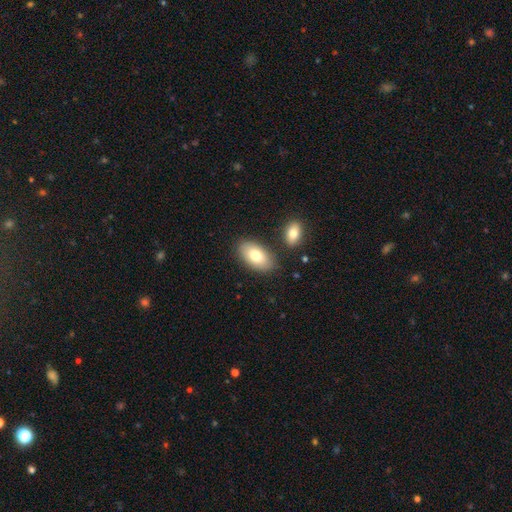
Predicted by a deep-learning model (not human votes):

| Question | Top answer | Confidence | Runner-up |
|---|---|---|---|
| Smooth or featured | smooth | 78% | featured or disk (15%) |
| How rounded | in between | 94% | round (4%) |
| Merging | none | 81% | minor disturbance (10%) |